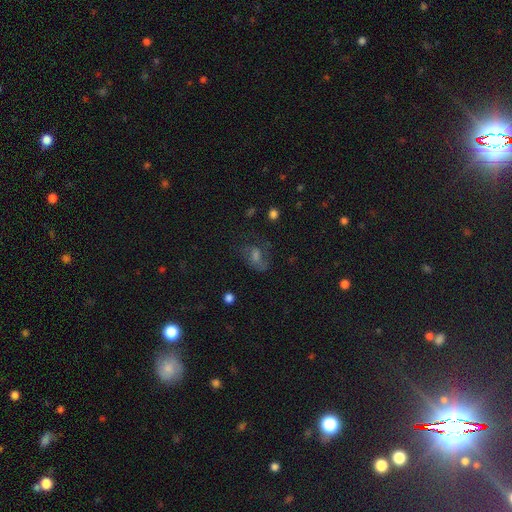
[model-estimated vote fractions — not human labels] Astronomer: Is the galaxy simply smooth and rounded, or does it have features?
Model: featured or disk — 38% (runner-up: smooth, 35%).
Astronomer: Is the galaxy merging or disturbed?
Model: none — 56%.